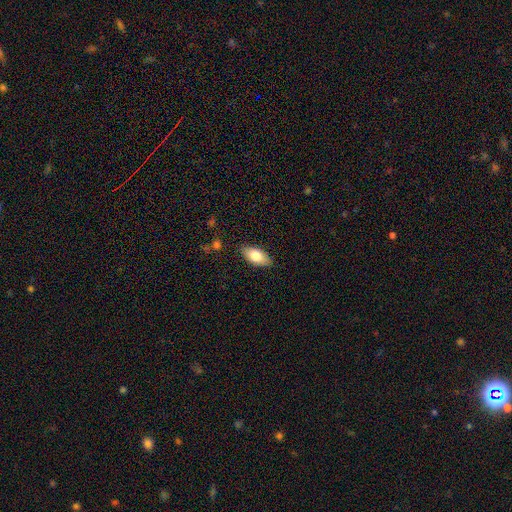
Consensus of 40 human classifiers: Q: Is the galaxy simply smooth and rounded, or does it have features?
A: smooth — 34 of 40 (85%).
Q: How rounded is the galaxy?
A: in between — 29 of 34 (85%).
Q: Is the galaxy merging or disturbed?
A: none — 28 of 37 (76%).